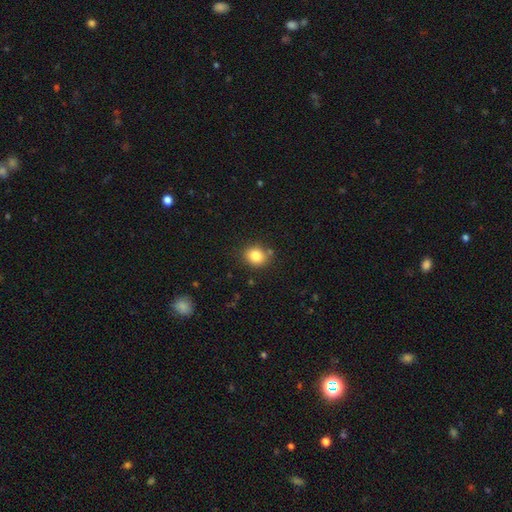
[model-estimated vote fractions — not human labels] Smooth or featured? smooth (83%)
How rounded? round (70%)
Merging? none (81%)